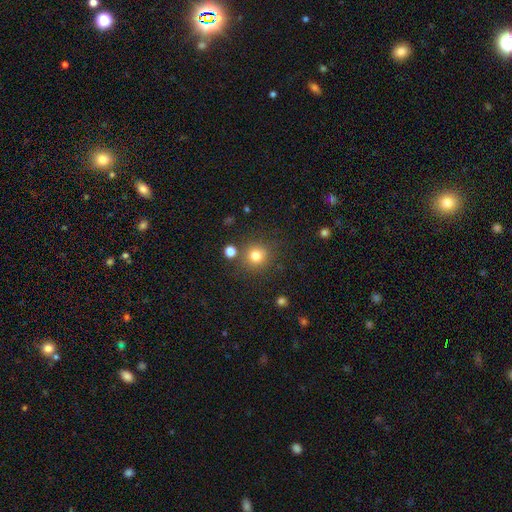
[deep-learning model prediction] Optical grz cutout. It shows a smooth galaxy with no disk features (79%) that is round (92%). Merging: none (82%).